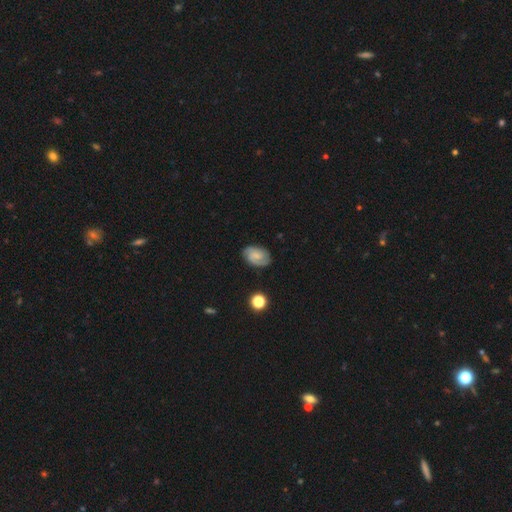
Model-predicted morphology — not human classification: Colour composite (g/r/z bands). It shows a featured or disk galaxy (64%) with a weak bar (49%), 2 (77%) tight (45%) spiral arms (93%) and a small central bulge (43%). Merging: none (82%).